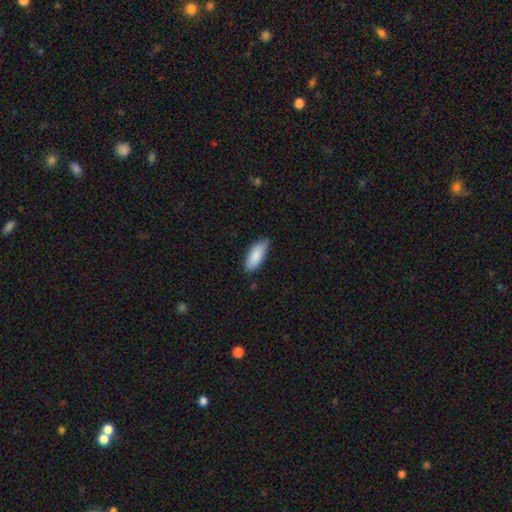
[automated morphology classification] The model was most divided on "merging": none: 78%, minor disturbance: 18%, major disturbance: 2%, merger: 1%. More confident: smooth or featured — smooth (86%); how rounded — in between (80%).